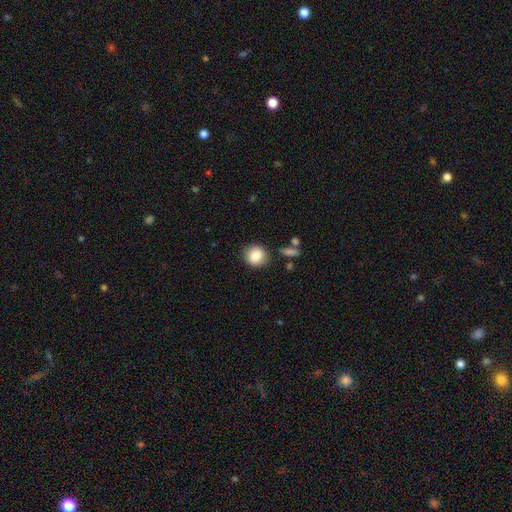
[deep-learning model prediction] A smooth galaxy with no disk features (84%) that is round (79%). Merging: none (83%).